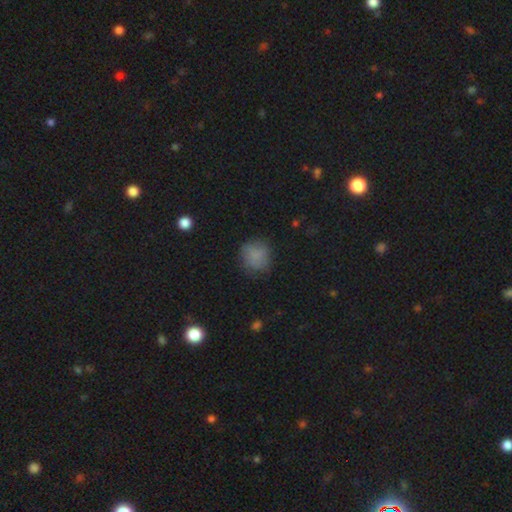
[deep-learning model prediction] Smooth or featured?
  - smooth: 79% *
  - star or artifact: 11%
  - featured or disk: 10%
How rounded?
  - round: 85% *
  - in between: 14%
  - cigar-shaped: 1%
Merging?
  - none: 72% *
  - minor disturbance: 20%
  - major disturbance: 7%
  - merger: 2%